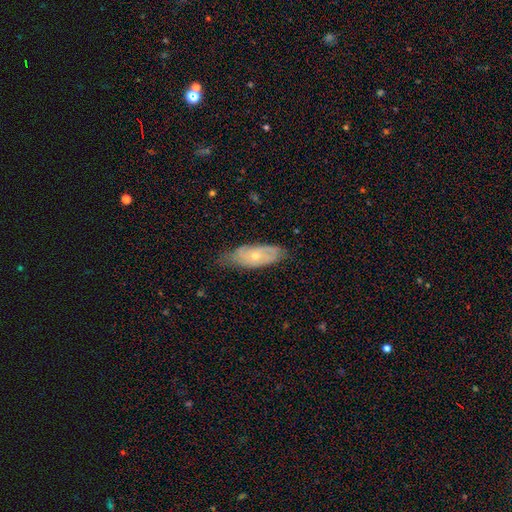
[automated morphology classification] Overall: featured or disk (58%; smooth 35%). Edge-on disk: no (85%). Merging: none (64%; minor disturbance 28%).